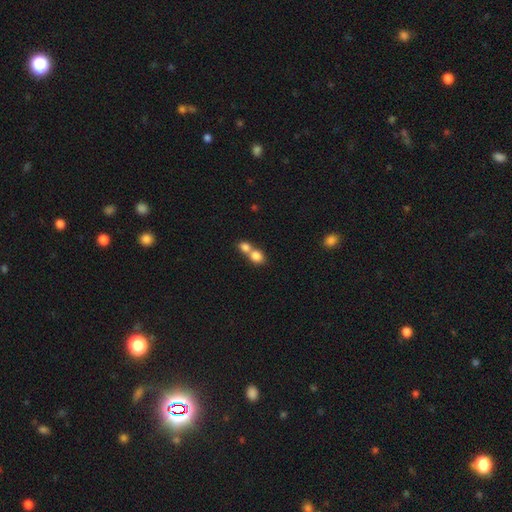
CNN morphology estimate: This appears to be a smooth galaxy with no disk features (80%) that is round (58%). Merging: merger (69%).